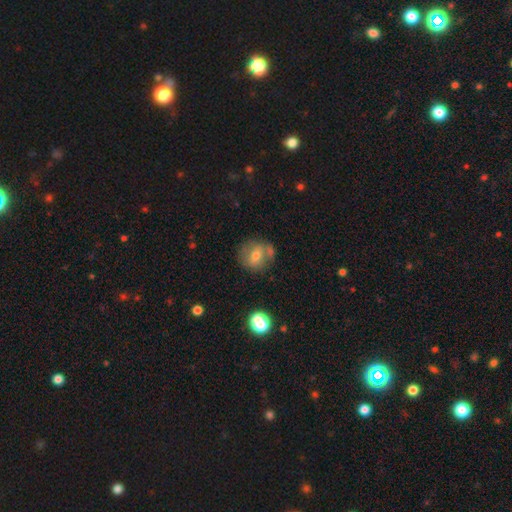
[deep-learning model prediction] Smooth or featured: smooth — 64% (featured or disk — 26%)
How rounded: round — 81% (in between — 18%)
Merging: none — 60% (minor disturbance — 18%)